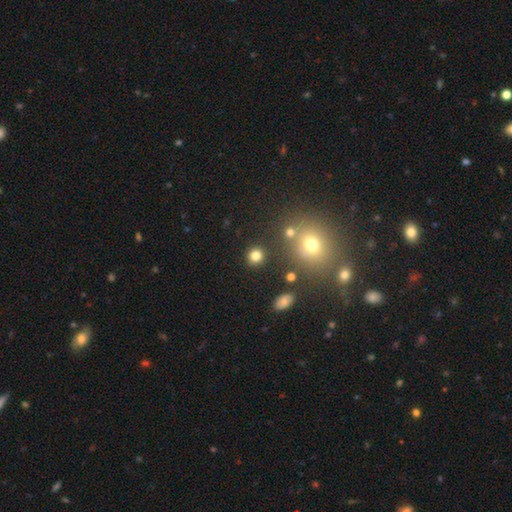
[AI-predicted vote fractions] A smooth galaxy with no disk features (81%) that is round (88%).

Vote fractions:
- Smooth or featured? smooth: 81% / star or artifact: 14% / featured or disk: 6%
- How rounded? round: 88% / in between: 11% / cigar-shaped: 1%
- Merging? none: 86% / minor disturbance: 7% / merger: 4% / major disturbance: 3%